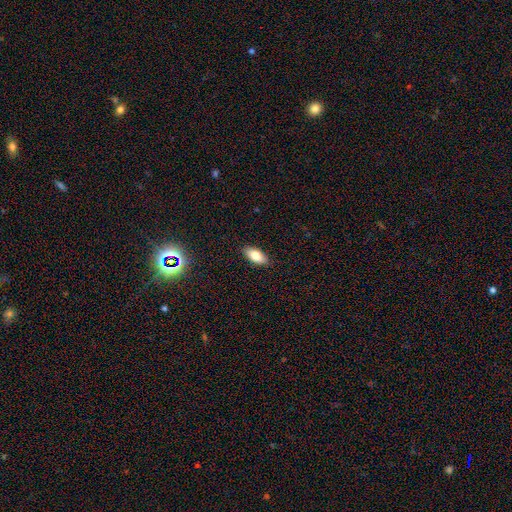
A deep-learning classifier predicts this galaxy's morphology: Q: Smooth or featured?
A: smooth (80%); runner-up: featured or disk (12%)
Q: How rounded?
A: in between (89%); runner-up: cigar-shaped (9%)
Q: Merging?
A: none (88%); runner-up: minor disturbance (9%)